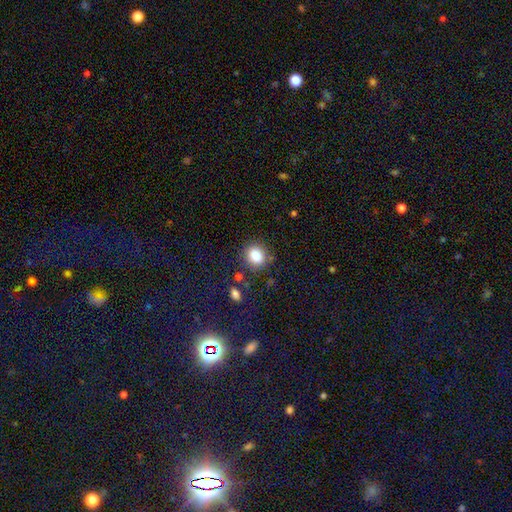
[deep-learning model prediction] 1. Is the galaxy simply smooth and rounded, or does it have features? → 86% smooth, 10% star or artifact, 5% featured or disk.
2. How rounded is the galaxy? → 73% round, 26% in between, 1% cigar-shaped.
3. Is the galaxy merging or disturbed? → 79% none, 12% minor disturbance, 4% merger, 4% major disturbance.